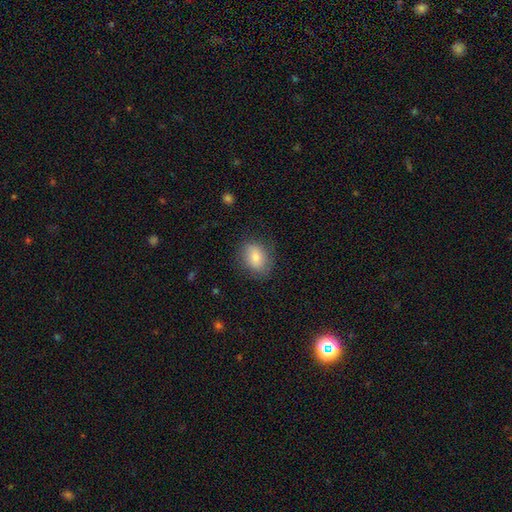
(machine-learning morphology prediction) A smooth galaxy with no disk features (79%) that is in between round and cigar-shaped (64%).

Vote fractions:
- Smooth or featured? smooth: 79% / featured or disk: 13% / star or artifact: 9%
- How rounded? in between: 64% / round: 35% / cigar-shaped: 1%
- Merging? none: 80% / minor disturbance: 15% / major disturbance: 5% / merger: 1%